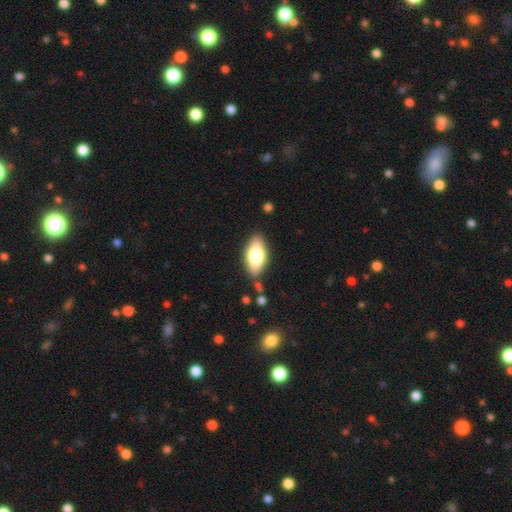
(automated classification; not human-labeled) smooth-or-featured: smooth: 70% | featured or disk: 24% | star or artifact: 7%
  how-rounded: in between: 87% | cigar-shaped: 10% | round: 3%
  merging: none: 83% | minor disturbance: 12% | major disturbance: 3% | merger: 3%